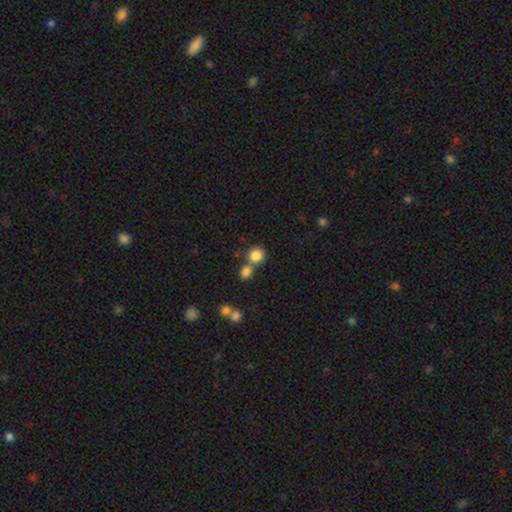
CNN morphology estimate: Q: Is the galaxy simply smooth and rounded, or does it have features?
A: smooth — 84%.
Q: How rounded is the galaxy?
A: round — 86%.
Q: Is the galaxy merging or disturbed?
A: none — 59%.